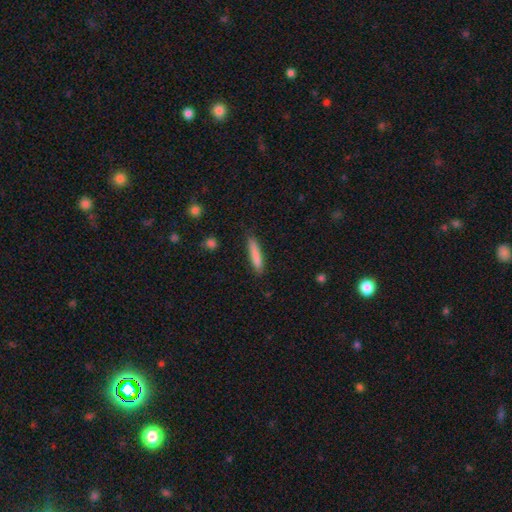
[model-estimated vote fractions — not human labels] Overall: smooth (82%). How rounded: cigar-shaped (90%). Merging: none (85%).